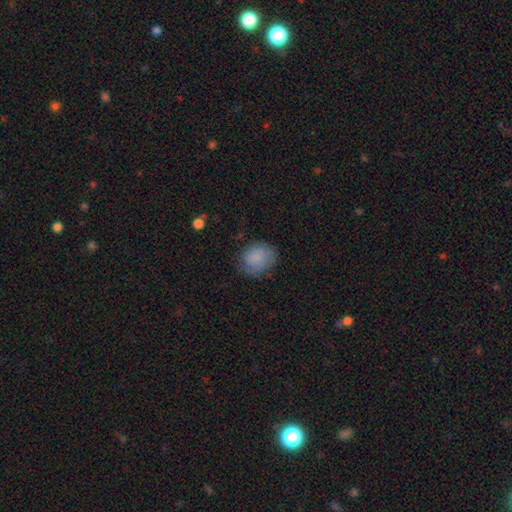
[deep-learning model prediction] Smooth or featured? Predicted: smooth (p=0.81). How rounded? Predicted: round (p=0.58). Merging? Predicted: none (p=0.71).